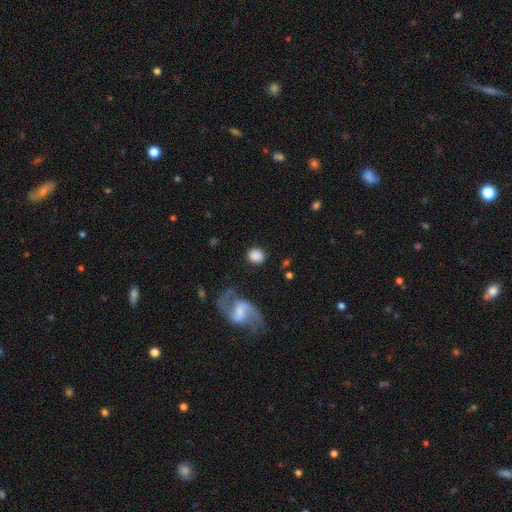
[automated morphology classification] This appears to be a smooth galaxy with no disk features (75%) that is round (80%). Merging: none (79%).